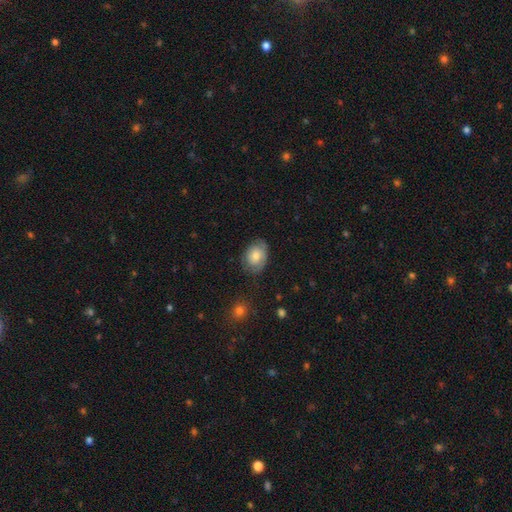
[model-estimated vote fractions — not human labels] Smooth or featured? smooth (69%)
How rounded? in between (67%)
Merging? none (70%)